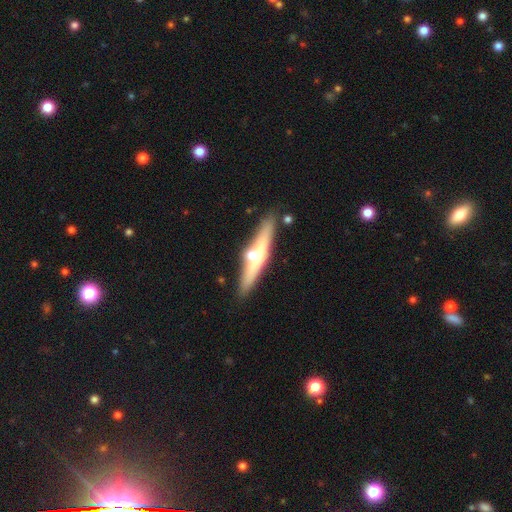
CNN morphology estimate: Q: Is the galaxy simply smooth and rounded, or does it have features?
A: featured or disk — 56%.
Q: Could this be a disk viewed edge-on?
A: yes — 90%.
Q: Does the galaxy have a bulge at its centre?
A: rounded — 84%.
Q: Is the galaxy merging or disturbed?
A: none — 74%.